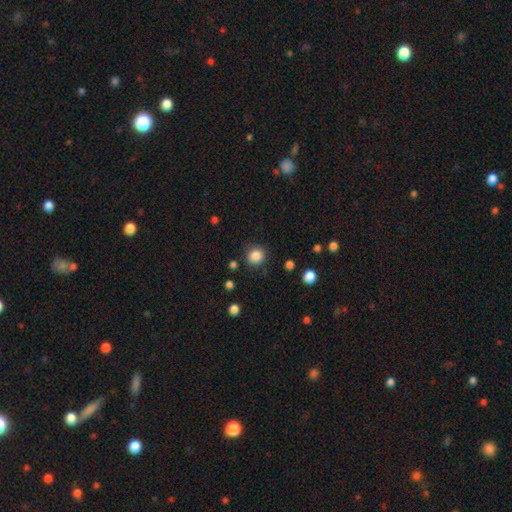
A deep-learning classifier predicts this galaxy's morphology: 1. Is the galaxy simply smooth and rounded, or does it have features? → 86% smooth, 10% star or artifact, 4% featured or disk.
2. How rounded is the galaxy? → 87% round, 12% in between, 1% cigar-shaped.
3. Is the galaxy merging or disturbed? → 85% none, 10% minor disturbance, 3% major disturbance, 2% merger.